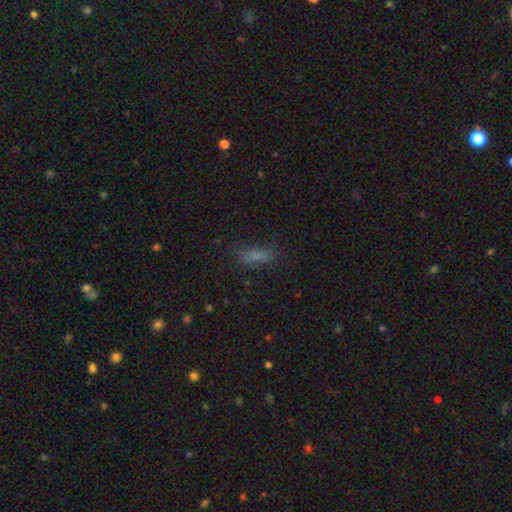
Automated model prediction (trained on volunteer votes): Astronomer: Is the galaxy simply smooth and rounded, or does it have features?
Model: smooth — 75%.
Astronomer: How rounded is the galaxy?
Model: cigar-shaped — 49% (runner-up: in between, 48%).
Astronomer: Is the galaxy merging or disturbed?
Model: none — 75%.